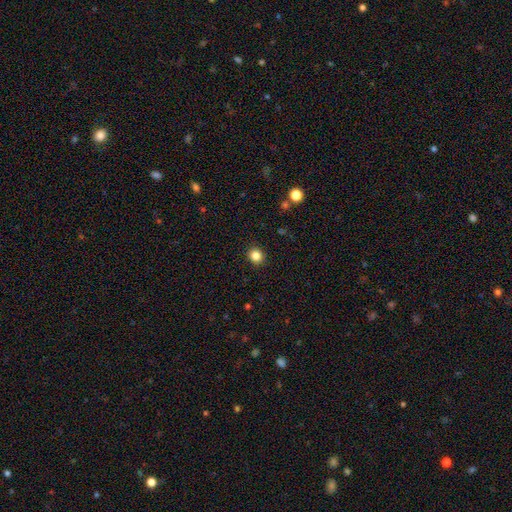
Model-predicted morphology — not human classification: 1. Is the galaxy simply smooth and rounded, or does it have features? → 84% smooth, 12% star or artifact, 4% featured or disk.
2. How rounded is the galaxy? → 84% round, 15% in between, 1% cigar-shaped.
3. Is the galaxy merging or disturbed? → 91% none, 6% minor disturbance, 2% major disturbance, 1% merger.